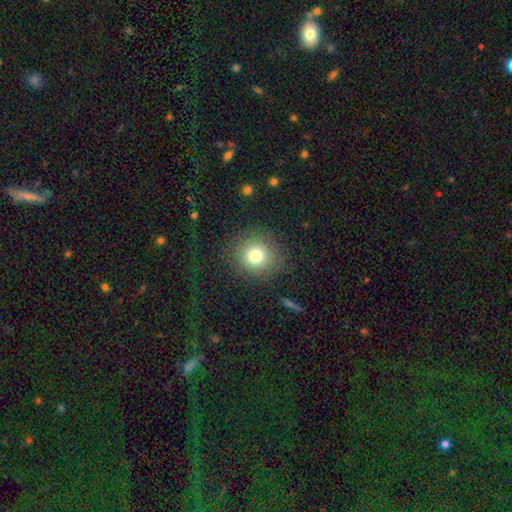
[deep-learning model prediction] Smooth or featured: smooth — 78% (star or artifact — 13%)
How rounded: round — 89% (in between — 10%)
Merging: none — 88% (minor disturbance — 7%)